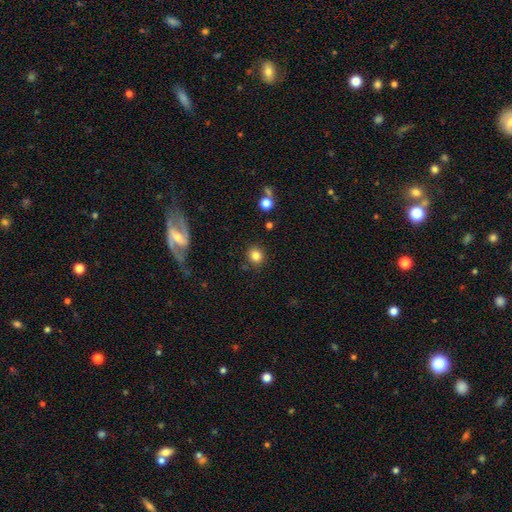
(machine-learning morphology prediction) type=smooth (83%); roundness=round (86%); merging=none (87%).